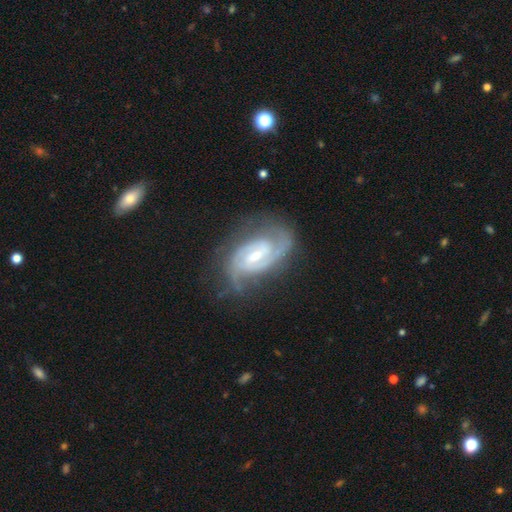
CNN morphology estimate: Overall: featured or disk (91%). Edge-on disk: no (97%). Bar: weak (55%; strong 25%). Spiral arms: yes (98%). Spiral arm count: 2 (71%). Spiral winding: tight (50%; medium 42%). Bulge size: small (50%; moderate 45%). Merging: none (69%).